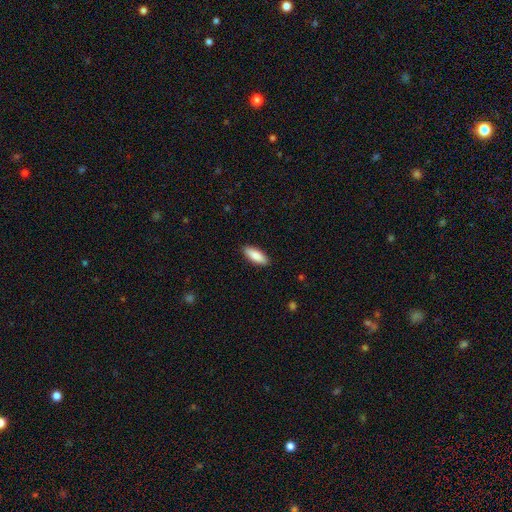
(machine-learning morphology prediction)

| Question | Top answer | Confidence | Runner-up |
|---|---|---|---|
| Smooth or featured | smooth | 86% | featured or disk (8%) |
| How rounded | in between | 67% | cigar-shaped (31%) |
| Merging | none | 90% | minor disturbance (7%) |